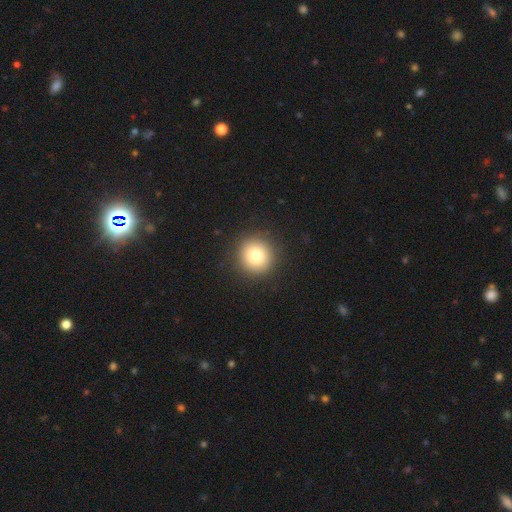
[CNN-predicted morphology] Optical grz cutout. It shows a smooth galaxy with no disk features (80%) that is round (93%). Merging: none (91%).